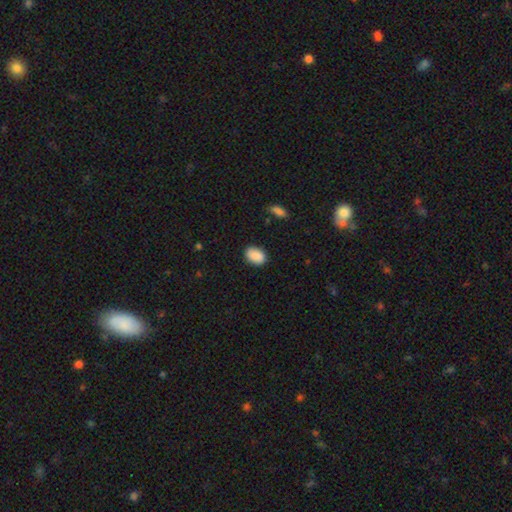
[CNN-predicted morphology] smooth_or_featured: smooth (p=0.90) [alt: star or artifact p=0.07]
how_rounded: in between (p=0.85) [alt: round p=0.14]
merging: none (p=0.86) [alt: minor disturbance p=0.11]